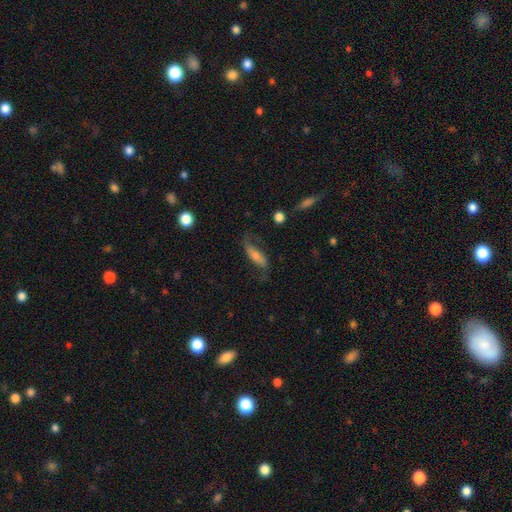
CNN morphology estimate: Smooth or featured? Predicted: featured or disk (p=0.55). Edge-on disk? Predicted: no (p=0.78). Merging? Predicted: none (p=0.58).